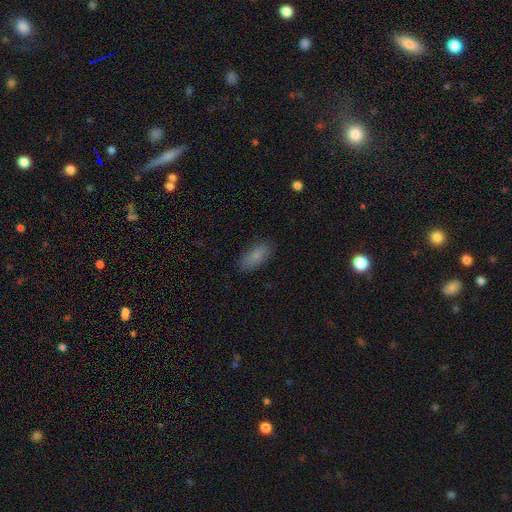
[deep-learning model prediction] The model was most divided on "merging": none: 85%, minor disturbance: 12%, major disturbance: 3%, merger: 1%. More confident: how rounded — in between (85%); smooth or featured — smooth (84%).